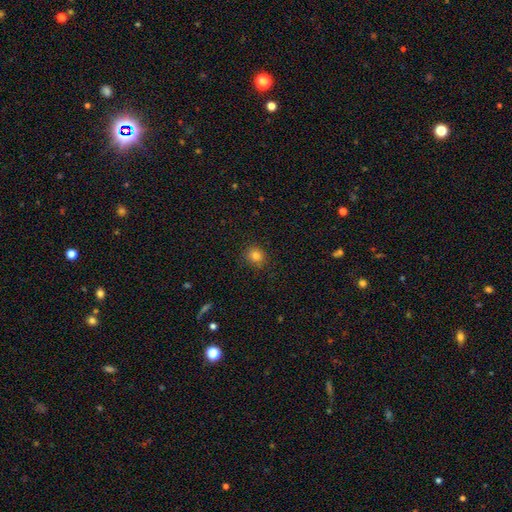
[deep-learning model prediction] Smooth or featured? smooth (82%)
How rounded? round (83%)
Merging? none (88%)